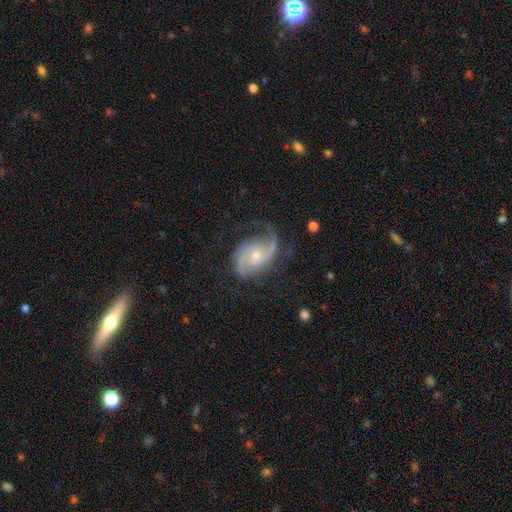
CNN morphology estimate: type=featured or disk (88%); edge-on=no (97%); bar=no (58%); spiral arms=yes (97%); winding=medium (50%); arm count=2 (80%); bulge=small (50%); merging=none (63%).